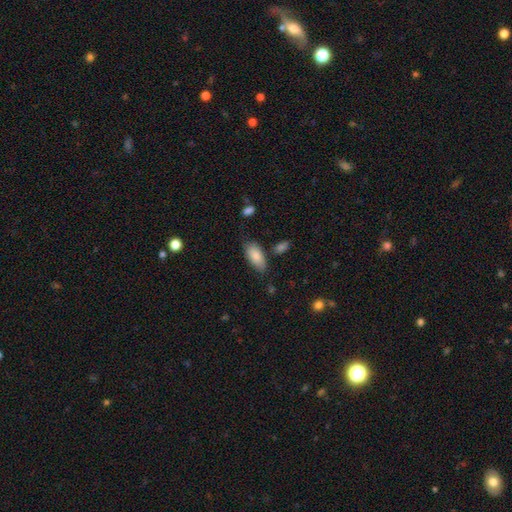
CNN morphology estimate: Smooth or featured? smooth (84%)
How rounded? in between (91%)
Merging? none (70%)